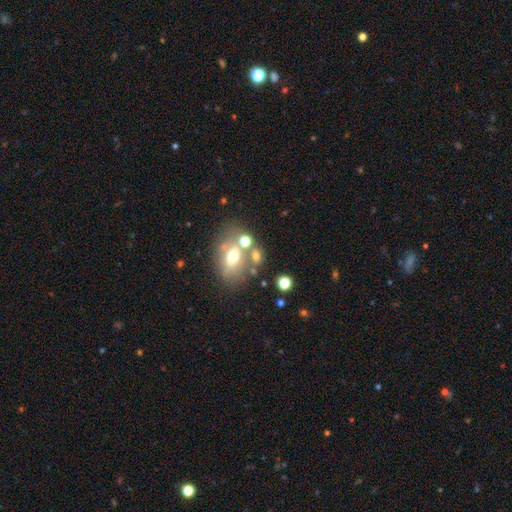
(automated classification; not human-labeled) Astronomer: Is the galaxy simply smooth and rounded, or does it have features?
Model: smooth — 55%.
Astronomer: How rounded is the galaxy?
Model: in between — 67%.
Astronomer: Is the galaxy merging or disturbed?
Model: none — 46% (runner-up: merger, 29%).